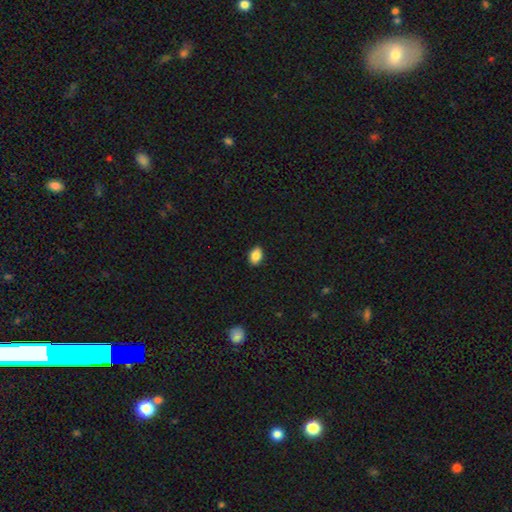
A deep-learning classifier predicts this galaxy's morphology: smooth_or_featured: smooth (p=0.87) [alt: star or artifact p=0.08]
how_rounded: in between (p=0.84) [alt: round p=0.15]
merging: none (p=0.89) [alt: minor disturbance p=0.08]